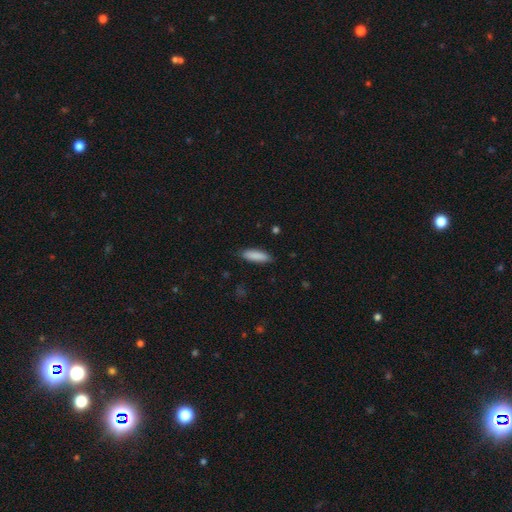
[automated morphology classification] smooth_or_featured: smooth (p=0.89) [alt: star or artifact p=0.06]
how_rounded: cigar-shaped (p=0.50) [alt: in between p=0.48]
merging: none (p=0.85) [alt: minor disturbance p=0.11]